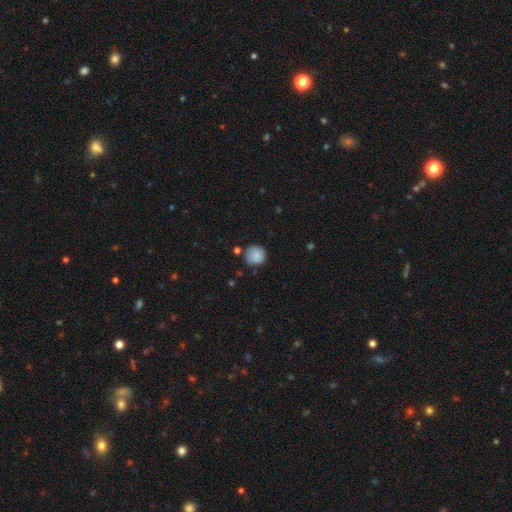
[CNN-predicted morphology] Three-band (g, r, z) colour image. It shows a smooth galaxy with no disk features (87%) that is round (93%). Merging: none (75%).